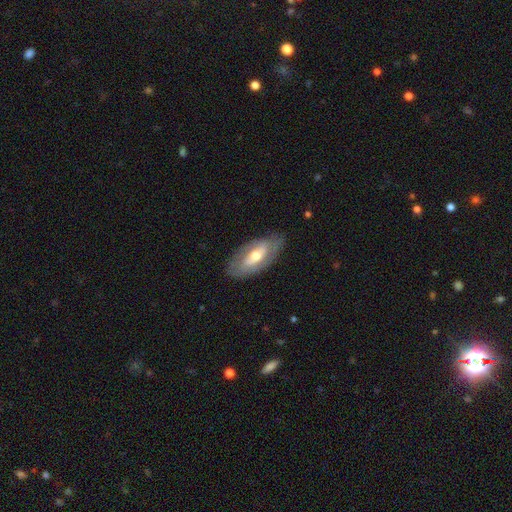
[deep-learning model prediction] Smooth or featured: featured or disk — 56% (smooth — 38%)
Edge-on disk: no — 84% (yes — 16%)
Merging: none — 77% (minor disturbance — 16%)